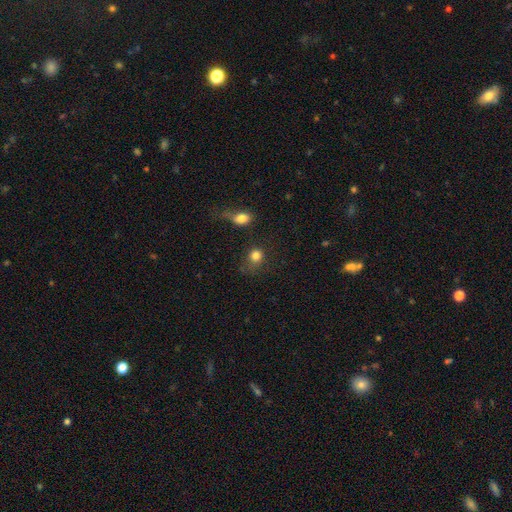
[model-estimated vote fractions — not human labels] smooth_or_featured: smooth (p=0.82) [alt: star or artifact p=0.11]
how_rounded: round (p=0.73) [alt: in between p=0.25]
merging: none (p=0.53) [alt: minor disturbance p=0.19]